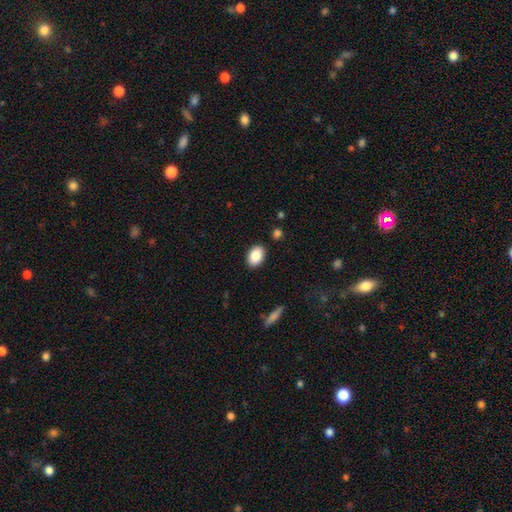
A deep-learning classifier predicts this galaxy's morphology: A smooth galaxy with no disk features (87%) that is in between round and cigar-shaped (86%). Merging: none (88%).